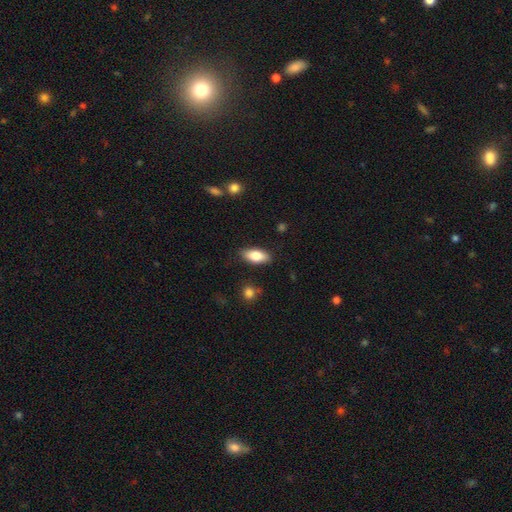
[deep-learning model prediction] Smooth or featured? smooth (81%)
How rounded? in between (86%)
Merging? none (85%)